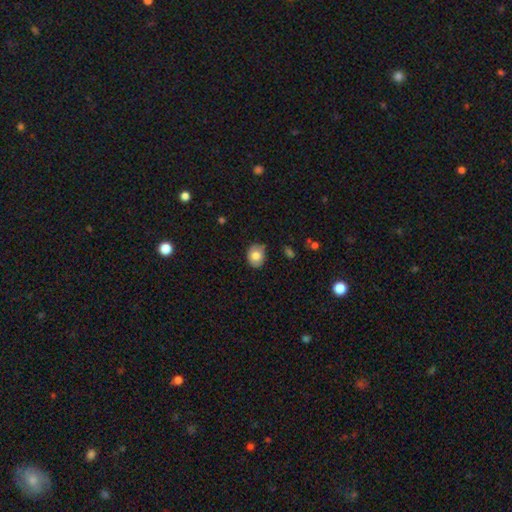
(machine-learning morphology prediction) This is likely a smooth galaxy (79%). How rounded: possibly round (50%). Merging: likely none (76%).